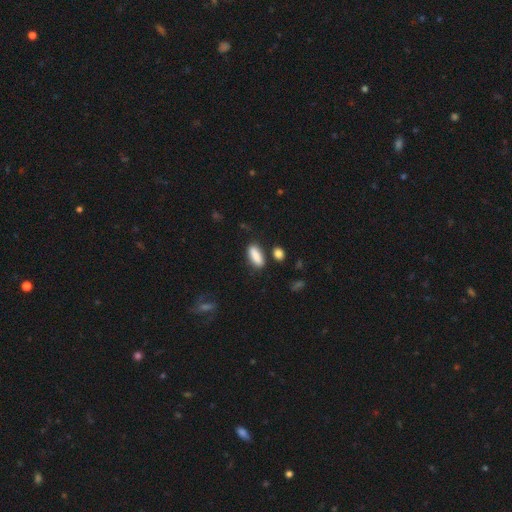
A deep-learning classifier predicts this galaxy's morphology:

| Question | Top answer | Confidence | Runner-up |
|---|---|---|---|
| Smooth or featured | smooth | 88% | star or artifact (7%) |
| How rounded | in between | 68% | cigar-shaped (29%) |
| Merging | none | 80% | minor disturbance (12%) |